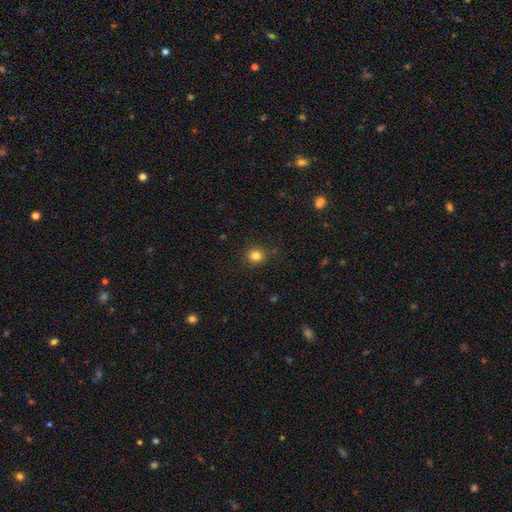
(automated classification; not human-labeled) Smooth or featured: smooth — 82% (star or artifact — 13%)
How rounded: round — 88% (in between — 11%)
Merging: none — 87% (minor disturbance — 9%)